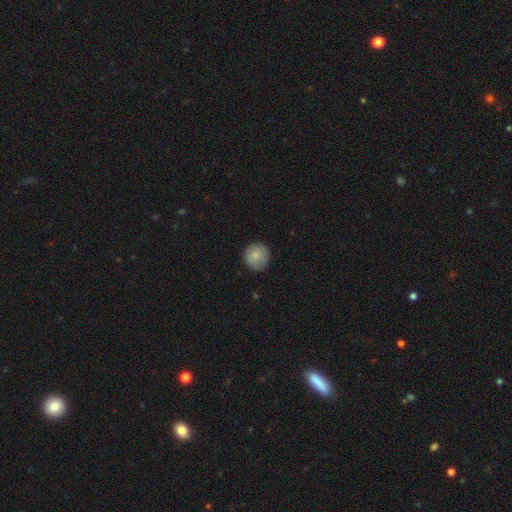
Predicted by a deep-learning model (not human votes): The model was most divided on "smooth or featured": smooth: 83%, featured or disk: 9%, star or artifact: 7%. More confident: how rounded — round (94%); merging — none (87%).